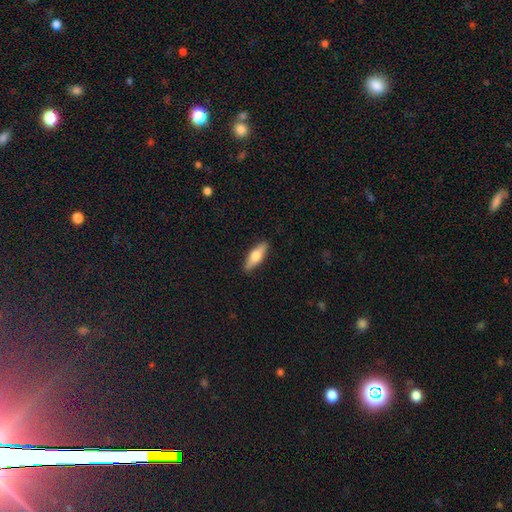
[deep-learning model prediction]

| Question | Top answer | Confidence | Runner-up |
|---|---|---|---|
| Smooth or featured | smooth | 63% | featured or disk (31%) |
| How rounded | in between | 52% | cigar-shaped (45%) |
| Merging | none | 89% | minor disturbance (9%) |